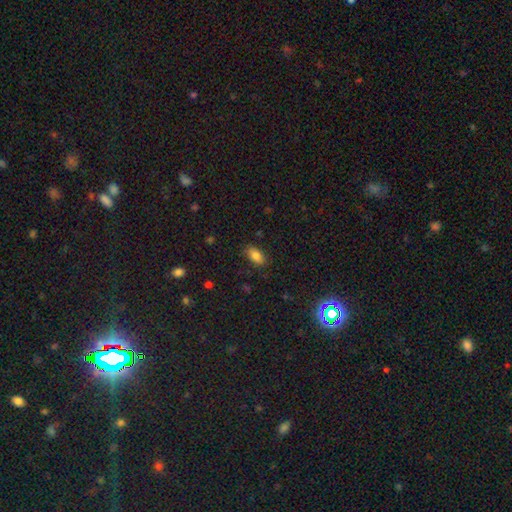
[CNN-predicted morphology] smooth-or-featured: smooth: 81% | star or artifact: 10% | featured or disk: 8%
  how-rounded: in between: 90% | round: 6% | cigar-shaped: 5%
  merging: none: 81% | minor disturbance: 14% | major disturbance: 4% | merger: 1%